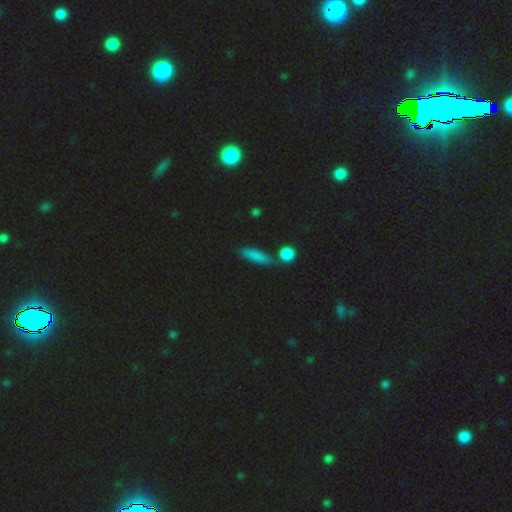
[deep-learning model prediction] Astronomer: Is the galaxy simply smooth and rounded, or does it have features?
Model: smooth — 76%.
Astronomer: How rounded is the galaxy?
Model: cigar-shaped — 60%.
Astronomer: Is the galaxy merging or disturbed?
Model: none — 70%.